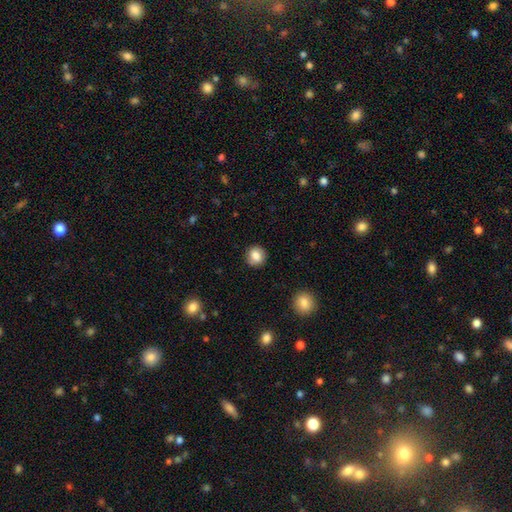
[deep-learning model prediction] Overall: smooth (83%). How rounded: round (86%). Merging: none (88%).